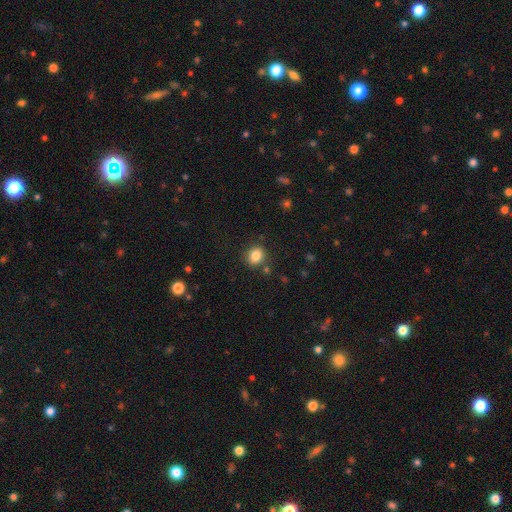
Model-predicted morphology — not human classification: This is clearly a smooth galaxy (84%). How rounded: likely round (76%). Merging: clearly none (84%).